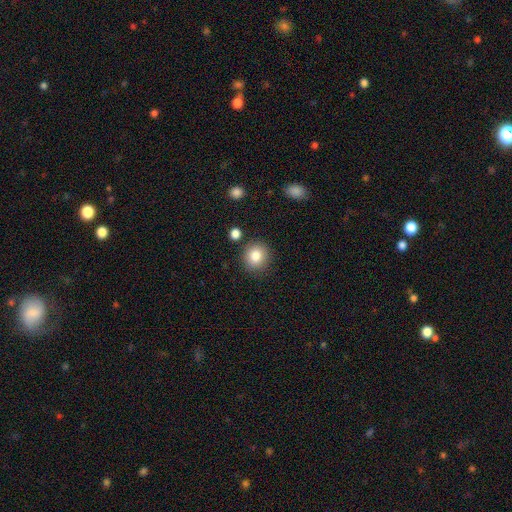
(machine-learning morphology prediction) A smooth galaxy with no disk features (83%) that is round (87%). Merging: none (85%).